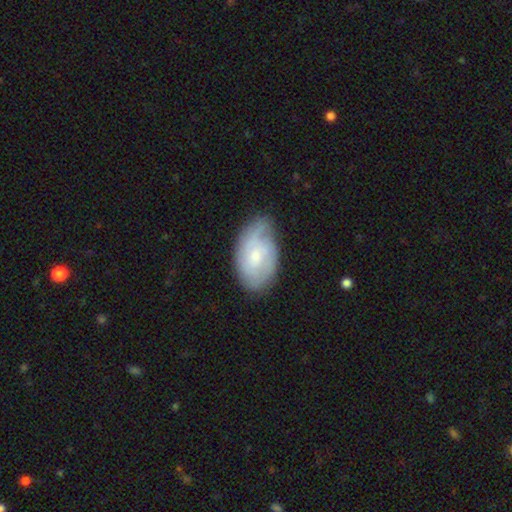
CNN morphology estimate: Smooth or featured? featured or disk (58%)
Edge-on disk? no (95%)
Bar? no (66%)
Spiral arms? yes (83%)
Bulge size? small (55%)
Merging? none (63%)